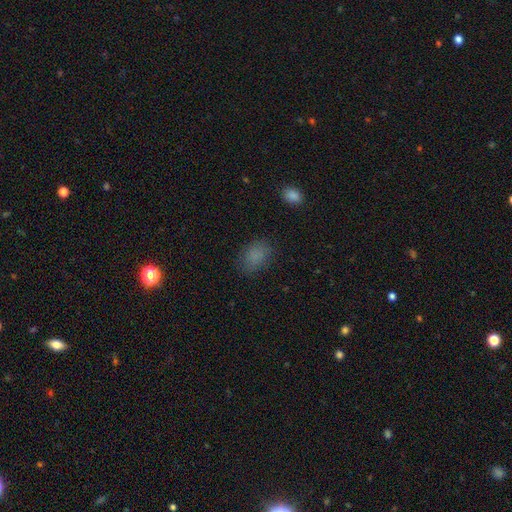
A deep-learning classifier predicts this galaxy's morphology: Smooth or featured?
  - smooth: 81% *
  - star or artifact: 13%
  - featured or disk: 6%
How rounded?
  - in between: 79% *
  - round: 20%
  - cigar-shaped: 1%
Merging?
  - none: 78% *
  - minor disturbance: 16%
  - major disturbance: 5%
  - merger: 1%